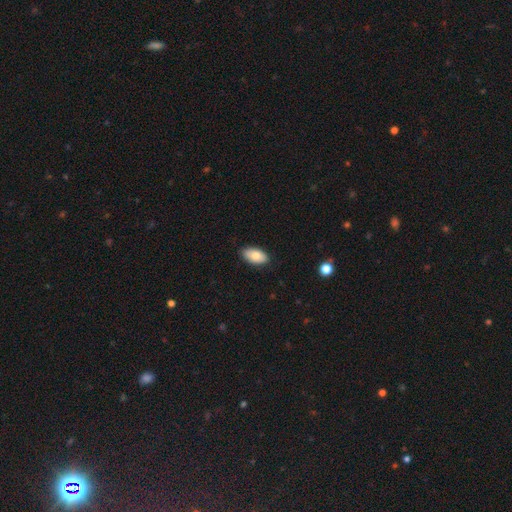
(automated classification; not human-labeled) This is likely a smooth galaxy (79%). How rounded: clearly in between (94%). Merging: clearly none (85%).